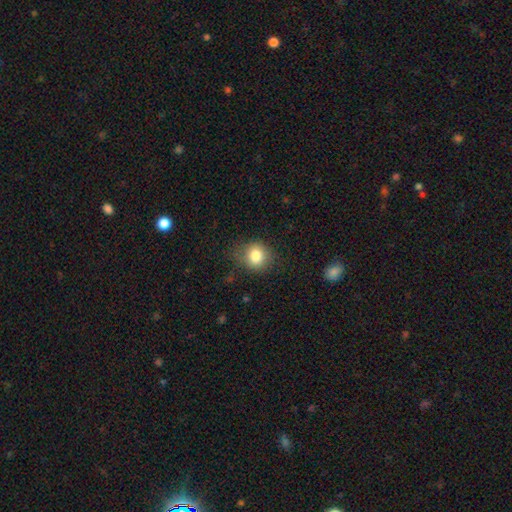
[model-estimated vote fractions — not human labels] smooth-or-featured: smooth: 82% | star or artifact: 10% | featured or disk: 8%
  how-rounded: round: 78% | in between: 21% | cigar-shaped: 1%
  merging: none: 77% | minor disturbance: 17% | major disturbance: 5% | merger: 1%